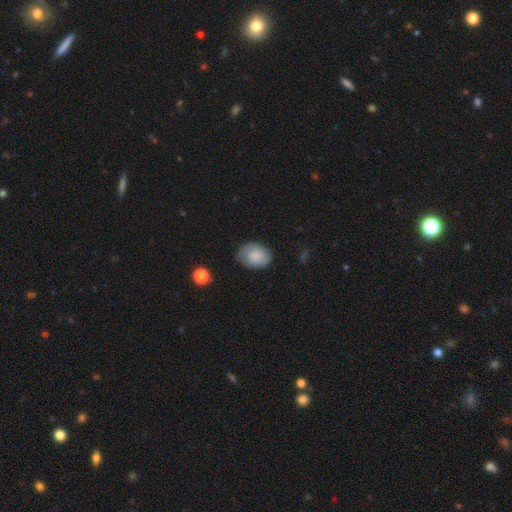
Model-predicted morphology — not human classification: The model was most divided on "how rounded": in between: 63%, round: 36%, cigar-shaped: 1%. More confident: smooth or featured — smooth (76%); merging — none (74%).